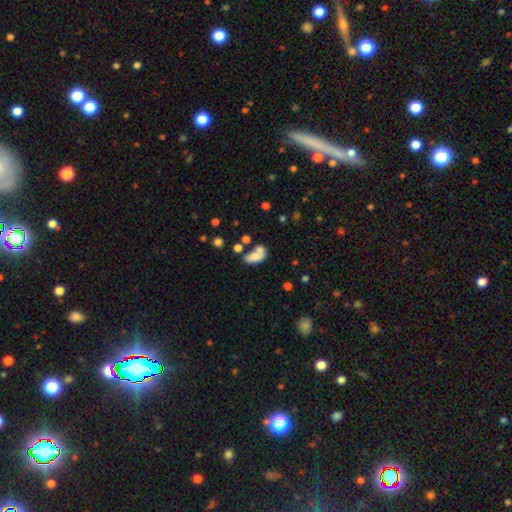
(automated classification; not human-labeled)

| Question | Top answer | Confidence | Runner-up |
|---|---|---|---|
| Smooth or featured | smooth | 62% | featured or disk (27%) |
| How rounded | in between | 87% | round (9%) |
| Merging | merger | 46% | none (25%) |